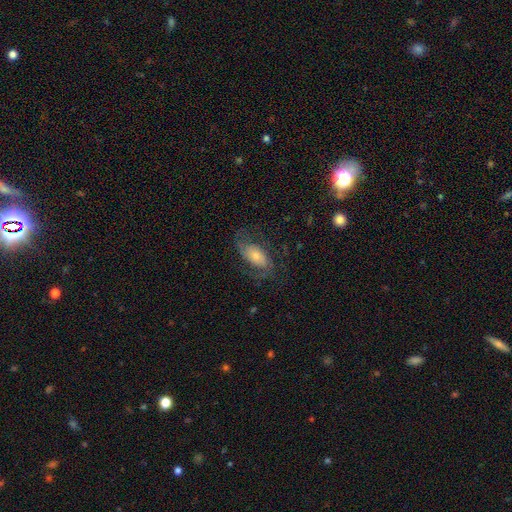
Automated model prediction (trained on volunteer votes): smooth_or_featured: featured or disk (p=0.65) [alt: smooth p=0.26]
disk_edge_on: no (p=0.93) [alt: yes p=0.07]
bar: no (p=0.63) [alt: weak p=0.28]
has_spiral_arms: yes (p=0.89) [alt: no p=0.11]
spiral_winding: medium (p=0.46) [alt: loose p=0.30]
spiral_arm_count: 2 (p=0.76) [alt: can't tell p=0.13]
bulge_size: small (p=0.42) [alt: moderate p=0.39]
merging: none (p=0.67) [alt: minor disturbance p=0.17]